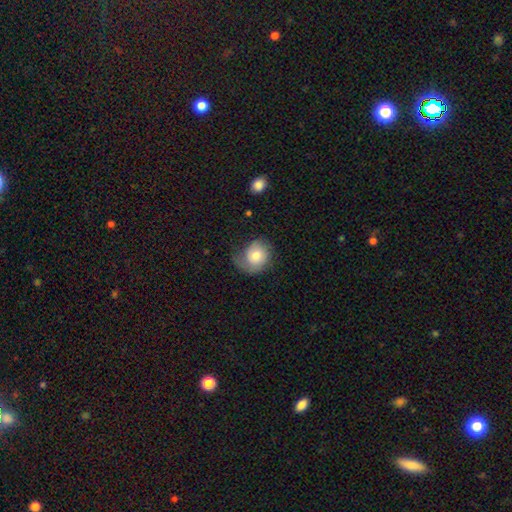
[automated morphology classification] Smooth or featured? smooth (67%)
How rounded? round (68%)
Merging? none (46%)